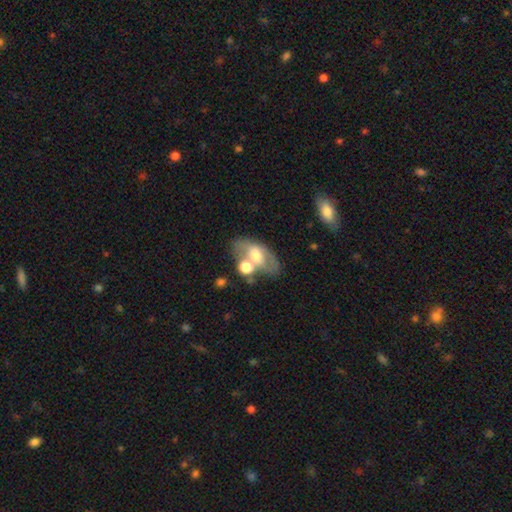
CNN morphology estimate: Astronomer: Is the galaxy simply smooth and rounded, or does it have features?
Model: featured or disk — 46% (runner-up: smooth, 45%).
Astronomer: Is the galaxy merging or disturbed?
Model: none — 44% (runner-up: merger, 30%).